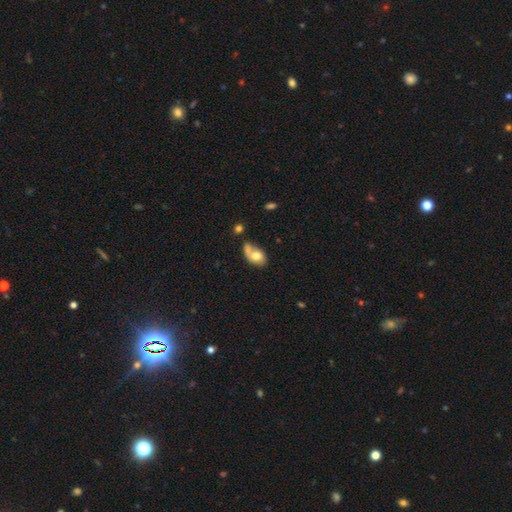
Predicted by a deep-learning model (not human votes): Smooth or featured? Predicted: smooth (p=0.70). How rounded? Predicted: in between (p=0.79). Merging? Predicted: merger (p=0.41).